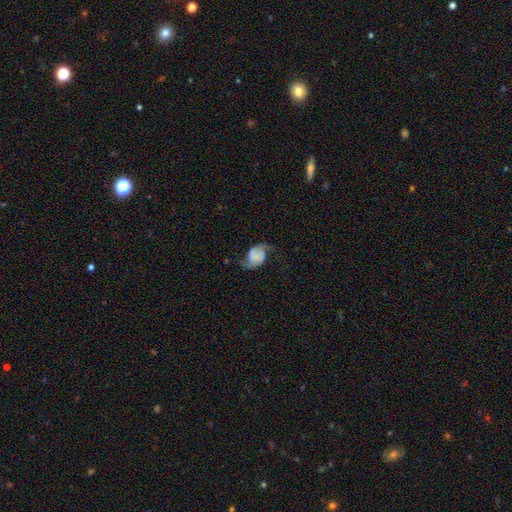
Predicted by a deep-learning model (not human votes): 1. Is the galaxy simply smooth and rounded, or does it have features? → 75% featured or disk, 17% smooth, 8% star or artifact.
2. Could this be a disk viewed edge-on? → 98% no, 2% yes.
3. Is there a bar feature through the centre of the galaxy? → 63% no, 27% weak, 10% strong.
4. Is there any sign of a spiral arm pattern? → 95% yes, 5% no.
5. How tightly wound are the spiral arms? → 56% loose, 33% medium, 11% tight.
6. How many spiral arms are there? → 93% 2, 2% can't tell, 2% 1, 1% 3, 1% 4, 1% more than 4.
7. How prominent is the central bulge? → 61% none, 17% small, 8% large, 7% moderate, 7% dominant.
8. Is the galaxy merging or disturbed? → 64% none, 19% minor disturbance, 14% major disturbance, 2% merger.